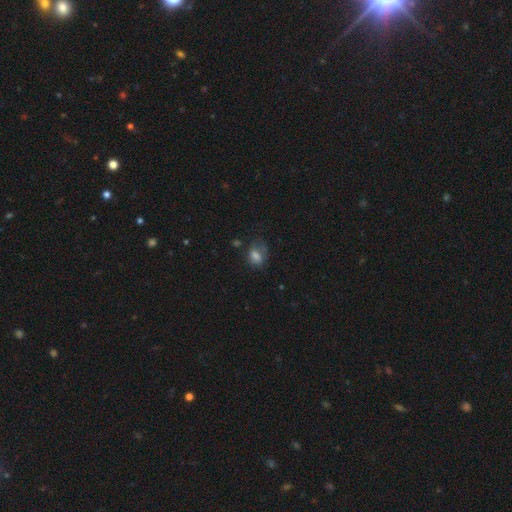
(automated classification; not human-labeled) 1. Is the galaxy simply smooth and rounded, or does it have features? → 72% smooth, 15% featured or disk, 13% star or artifact.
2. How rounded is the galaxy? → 70% in between, 28% round, 2% cigar-shaped.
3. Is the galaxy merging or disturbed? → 46% none, 29% minor disturbance, 22% major disturbance, 3% merger.